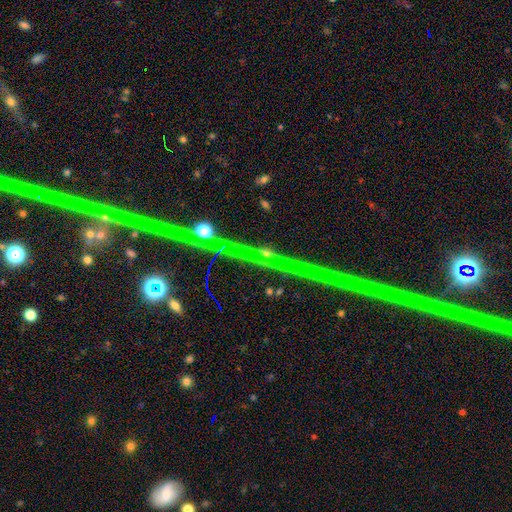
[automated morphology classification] smooth_or_featured: star or artifact (p=0.73) [alt: featured or disk p=0.20]